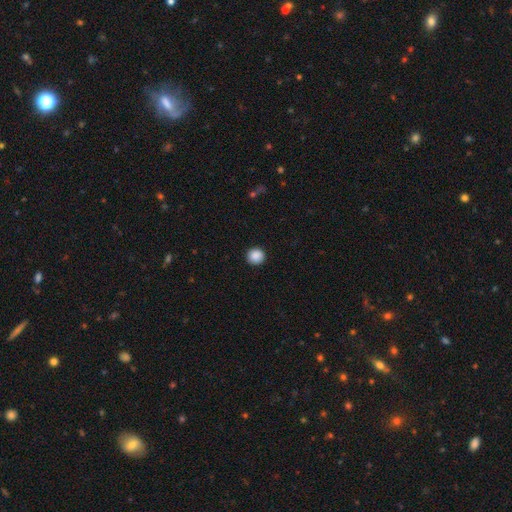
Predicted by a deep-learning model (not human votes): This is clearly a smooth galaxy (89%). How rounded: clearly round (94%). Merging: clearly none (92%).